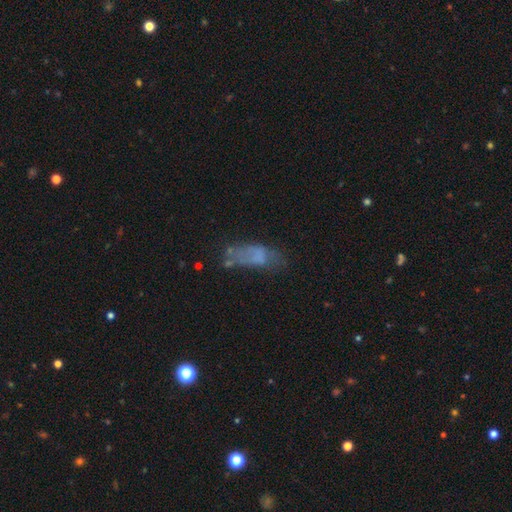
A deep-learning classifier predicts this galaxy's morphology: The model was most divided on "merging": none: 37%, major disturbance: 27%, minor disturbance: 26%, merger: 11%. More confident: how rounded — in between (76%); smooth or featured — smooth (51%).